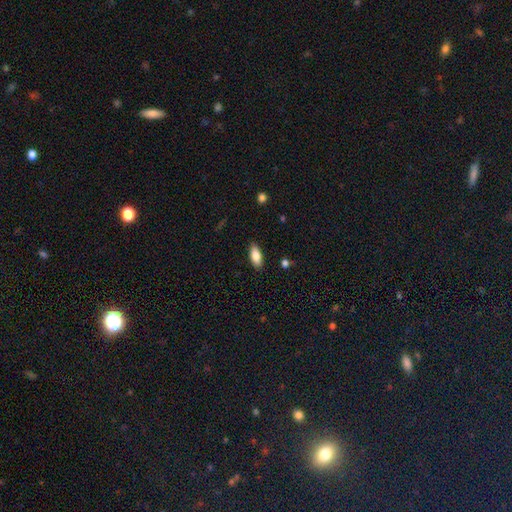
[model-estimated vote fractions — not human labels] A smooth galaxy with no disk features (81%) that is in between round and cigar-shaped (82%). Merging: none (88%).